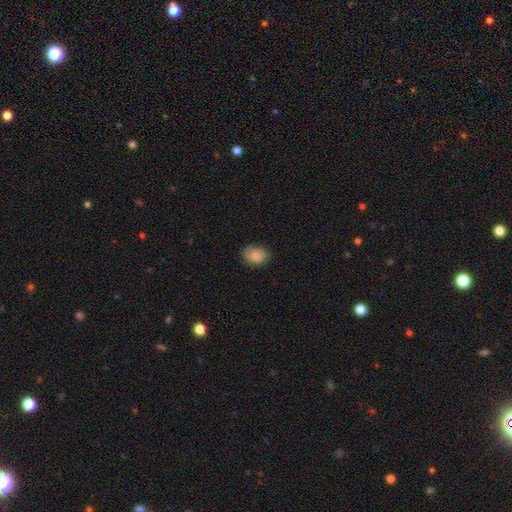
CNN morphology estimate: smooth-or-featured: smooth: 83% | featured or disk: 9% | star or artifact: 8%
  how-rounded: in between: 55% | round: 45% | cigar-shaped: 1%
  merging: none: 75% | minor disturbance: 20% | major disturbance: 4% | merger: 1%